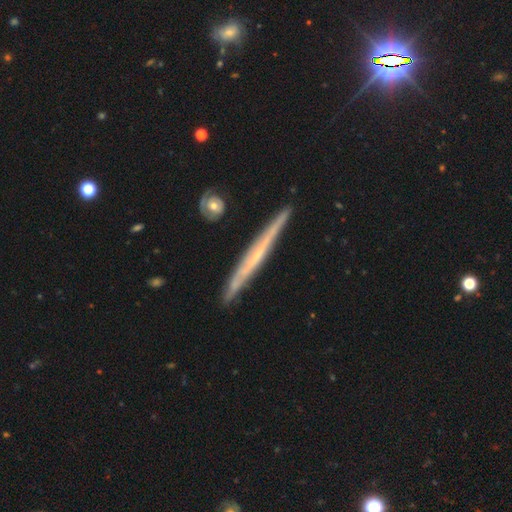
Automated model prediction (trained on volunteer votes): A featured or disk galaxy (68%) viewed edge-on (95%) with no central bulge (81%).

Vote fractions:
- Smooth or featured? featured or disk: 68% / smooth: 27% / star or artifact: 6%
- Edge-on disk? yes: 95% / no: 5%
- Edge-on bulge? none: 81% / rounded: 13% / boxy: 5%
- Merging? none: 86% / minor disturbance: 10% / merger: 2% / major disturbance: 2%